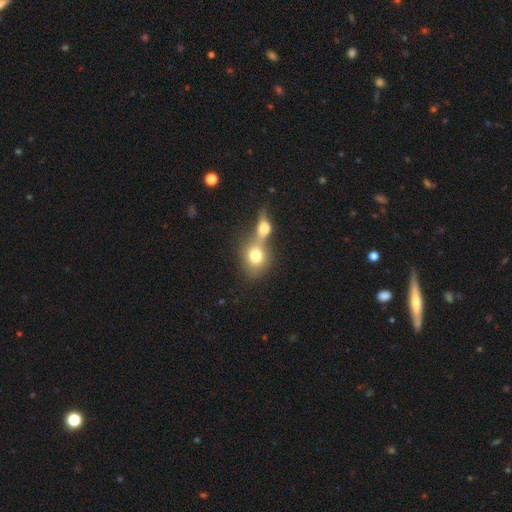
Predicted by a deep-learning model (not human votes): Q: Smooth or featured?
A: smooth (74%); runner-up: featured or disk (16%)
Q: How rounded?
A: round (61%); runner-up: in between (37%)
Q: Merging?
A: merger (71%); runner-up: none (19%)